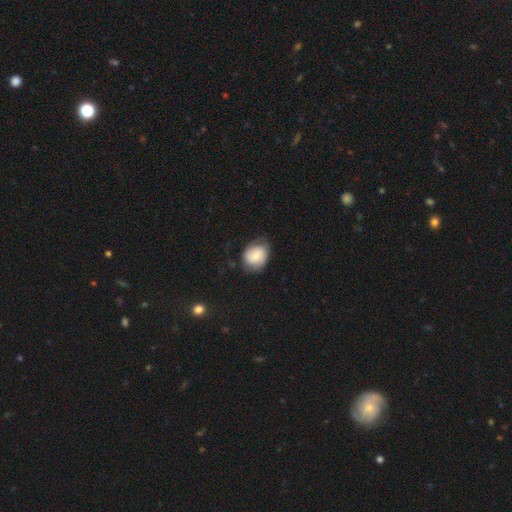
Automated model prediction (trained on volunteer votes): Smooth or featured? Predicted: smooth (p=0.65). How rounded? Predicted: round (p=0.54). Merging? Predicted: none (p=0.64).